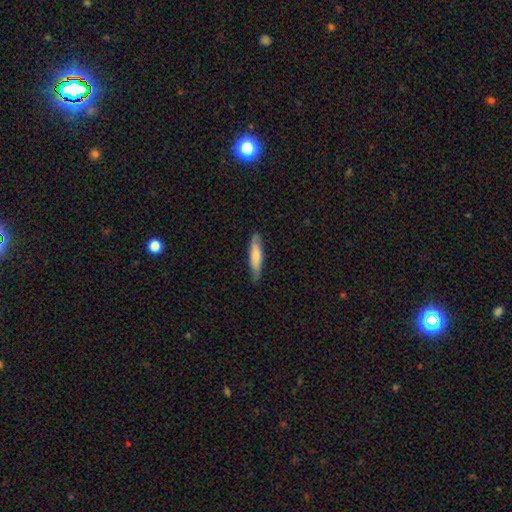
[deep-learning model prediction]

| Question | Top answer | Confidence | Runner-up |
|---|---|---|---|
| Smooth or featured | smooth | 70% | featured or disk (25%) |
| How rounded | cigar-shaped | 77% | in between (22%) |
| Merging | none | 79% | minor disturbance (17%) |